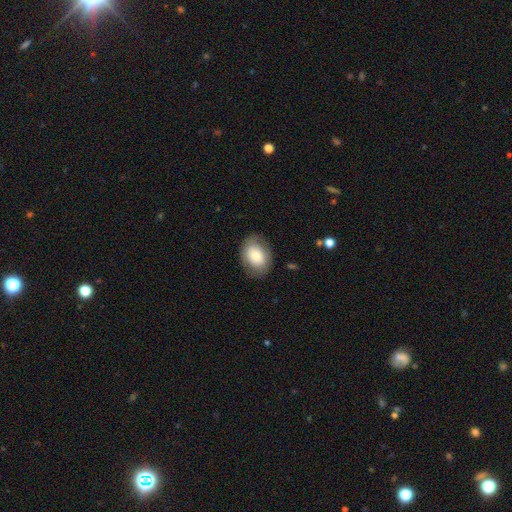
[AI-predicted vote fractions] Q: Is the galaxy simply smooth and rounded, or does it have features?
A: smooth — 76%.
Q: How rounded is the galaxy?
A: in between — 68%.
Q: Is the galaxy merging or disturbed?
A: none — 81%.